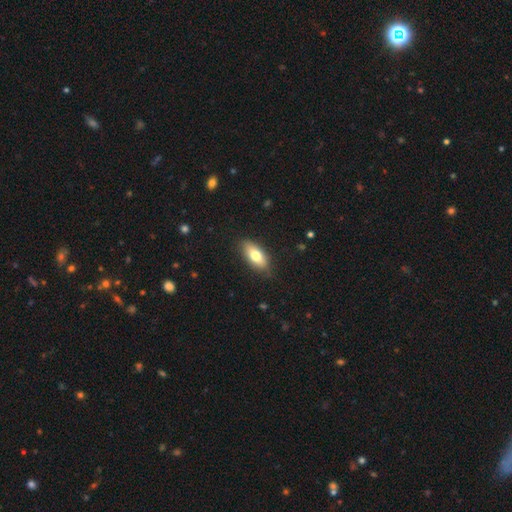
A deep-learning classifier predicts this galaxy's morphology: smooth_or_featured: smooth (p=0.74) [alt: featured or disk p=0.20]
how_rounded: in between (p=0.84) [alt: cigar-shaped p=0.13]
merging: none (p=0.82) [alt: minor disturbance p=0.14]